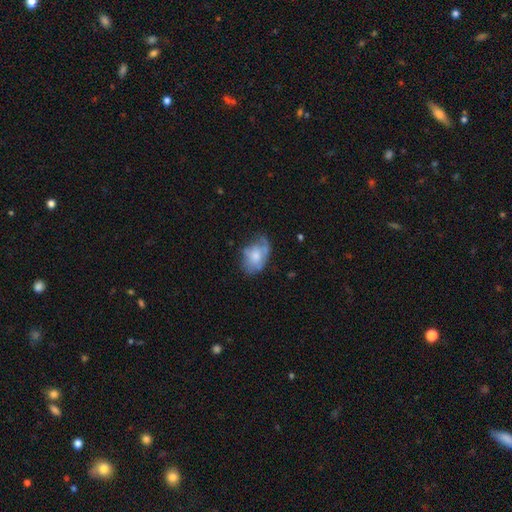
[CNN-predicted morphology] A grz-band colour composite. It shows a smooth galaxy with no disk features (55%) that is in between round and cigar-shaped (82%). Merging: none (40%).